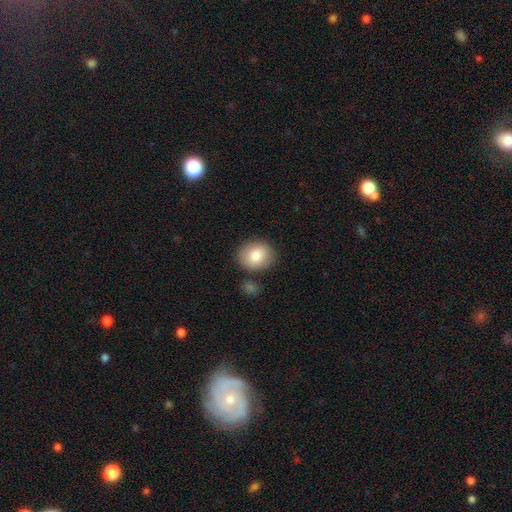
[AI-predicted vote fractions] Smooth or featured?
  - smooth: 83% *
  - featured or disk: 10%
  - star or artifact: 7%
How rounded?
  - round: 69% *
  - in between: 30%
  - cigar-shaped: 1%
Merging?
  - none: 80% *
  - minor disturbance: 11%
  - merger: 7%
  - major disturbance: 3%